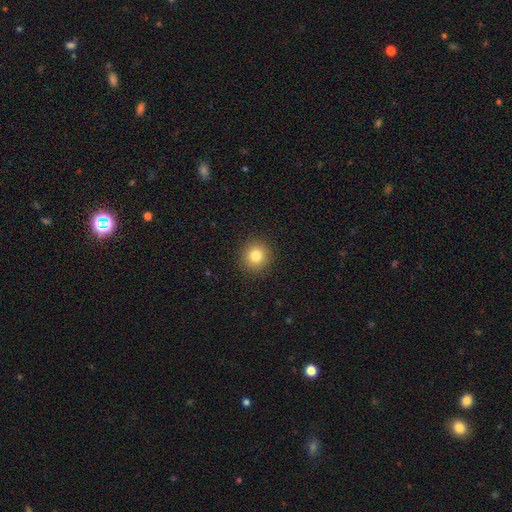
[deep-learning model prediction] The model was most divided on "smooth or featured": smooth: 80%, star or artifact: 12%, featured or disk: 8%. More confident: how rounded — round (92%); merging — none (92%).